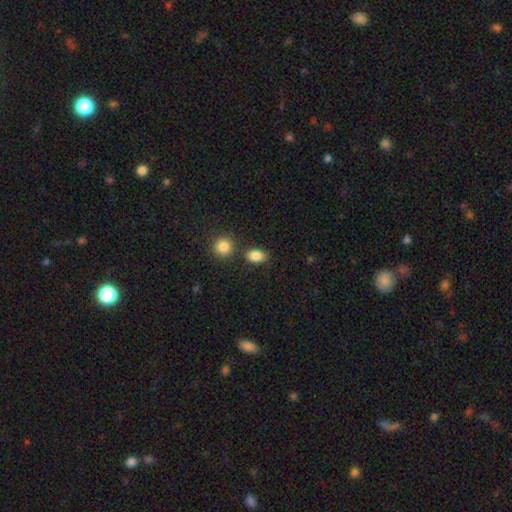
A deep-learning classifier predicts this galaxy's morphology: The model was most divided on "how rounded": in between: 79%, round: 19%, cigar-shaped: 2%. More confident: smooth or featured — smooth (87%); merging — none (77%).